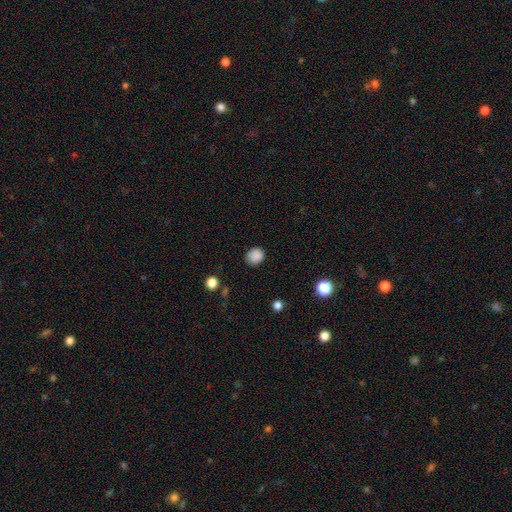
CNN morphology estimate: A smooth galaxy with no disk features (86%) that is round (81%). Merging: none (81%).